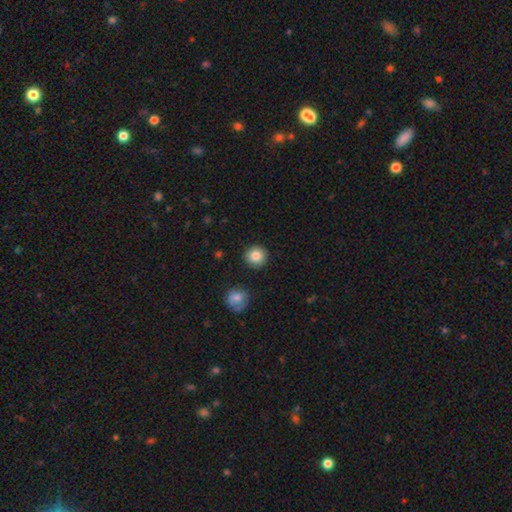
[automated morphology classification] This appears to be a smooth galaxy with no disk features (85%) that is round (93%). Merging: none (90%).